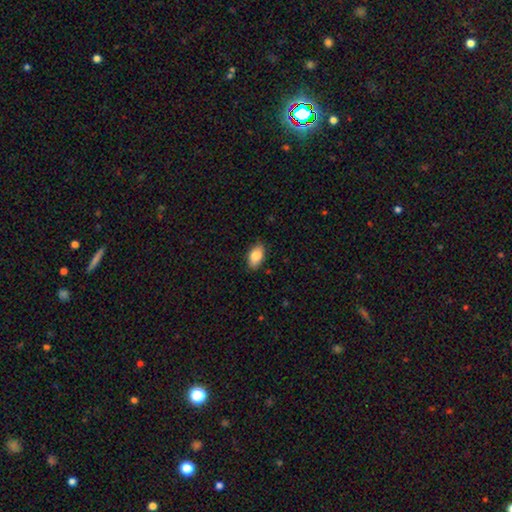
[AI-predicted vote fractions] This appears to be a smooth galaxy with no disk features (85%) that is in between round and cigar-shaped (92%). Merging: none (85%).